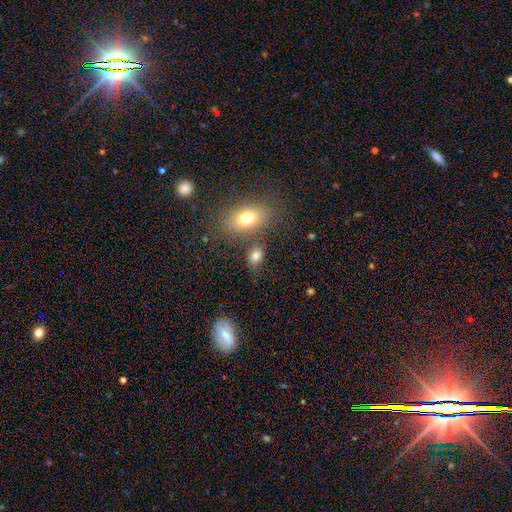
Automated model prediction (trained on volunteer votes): Smooth or featured: smooth — 76% (star or artifact — 14%)
How rounded: in between — 76% (round — 22%)
Merging: none — 64% (minor disturbance — 15%)